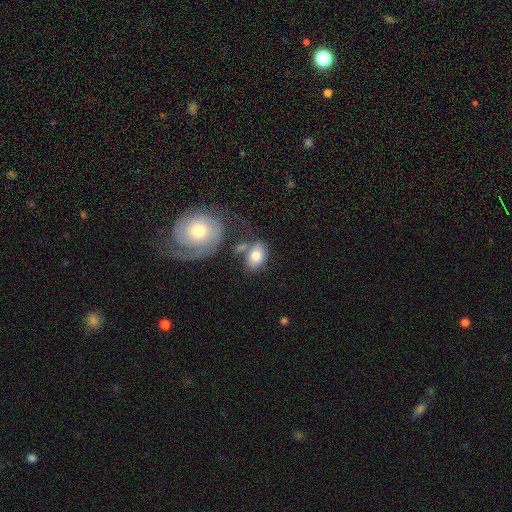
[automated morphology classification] Smooth or featured: smooth — 73% (featured or disk — 20%)
How rounded: in between — 81% (round — 18%)
Merging: none — 49% (merger — 25%)